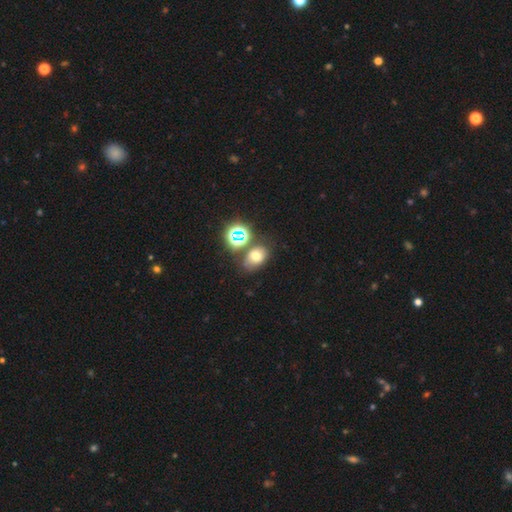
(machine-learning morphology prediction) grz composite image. It shows a smooth galaxy with no disk features (58%) that is in between round and cigar-shaped (63%). Merging: none (61%).